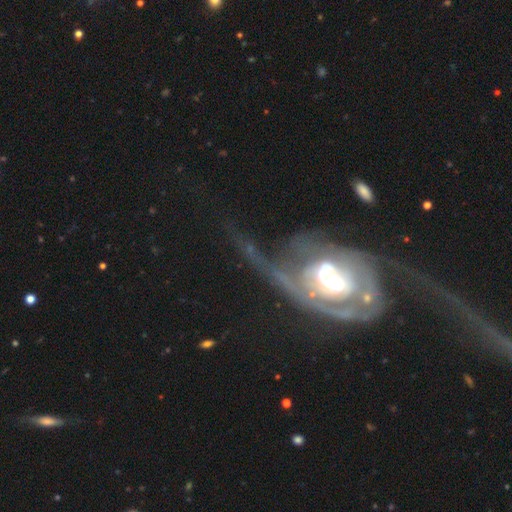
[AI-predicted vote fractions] Smooth or featured? Predicted: featured or disk (p=0.81). Edge-on disk? Predicted: no (p=0.94). Bar? Predicted: no (p=0.48). Spiral arms? Predicted: yes (p=0.74). Spiral winding? Predicted: medium (p=0.36). Spiral arm count? Predicted: 2 (p=0.42). Bulge size? Predicted: moderate (p=0.57). Merging? Predicted: major disturbance (p=0.42).